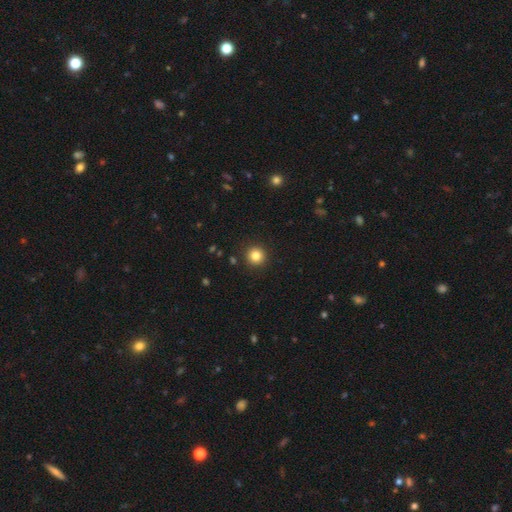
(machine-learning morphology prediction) smooth 83%, star or artifact 12%, featured or disk 5%. Down the decision tree: how rounded — round (95%); merging — none (92%).